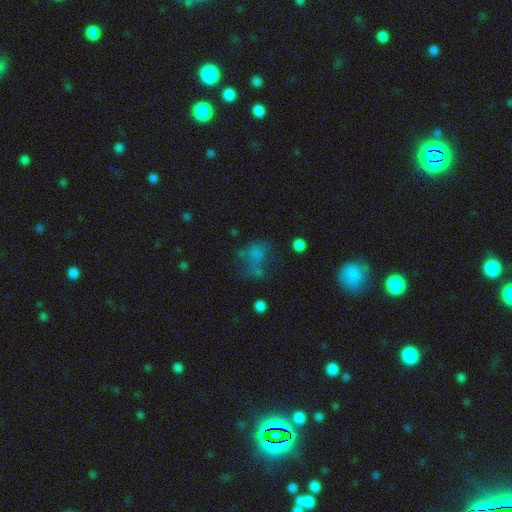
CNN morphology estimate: Smooth or featured: smooth — 57% (star or artifact — 22%)
How rounded: in between — 56% (round — 41%)
Merging: none — 37% (major disturbance — 31%)